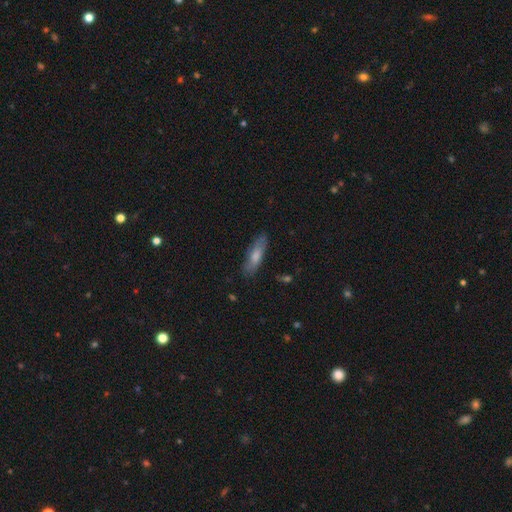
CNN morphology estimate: type=smooth (68%); roundness=in between (50%); merging=none (77%).